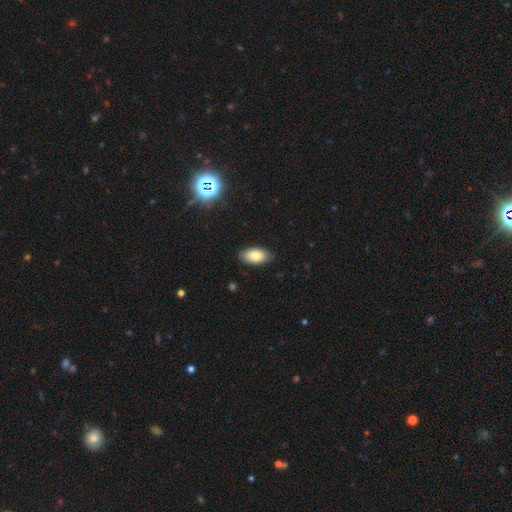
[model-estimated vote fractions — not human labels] smooth-or-featured: smooth: 78% | featured or disk: 13% | star or artifact: 9%
  how-rounded: in between: 93% | round: 4% | cigar-shaped: 2%
  merging: none: 85% | minor disturbance: 12% | major disturbance: 2% | merger: 1%